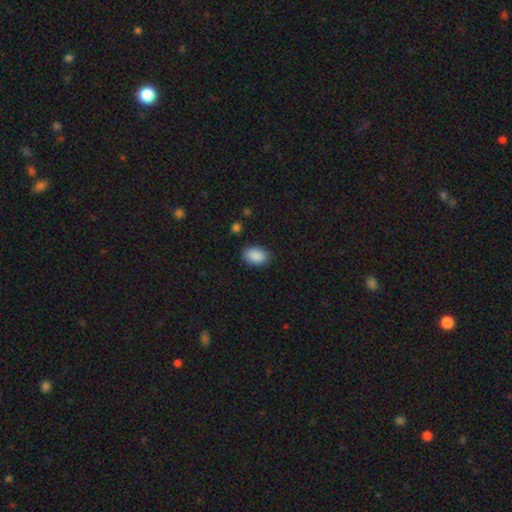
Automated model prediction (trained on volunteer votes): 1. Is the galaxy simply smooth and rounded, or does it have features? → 90% smooth, 7% star or artifact, 3% featured or disk.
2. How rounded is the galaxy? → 89% in between, 10% round, 1% cigar-shaped.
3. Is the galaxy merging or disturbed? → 85% none, 11% minor disturbance, 3% major disturbance, 1% merger.